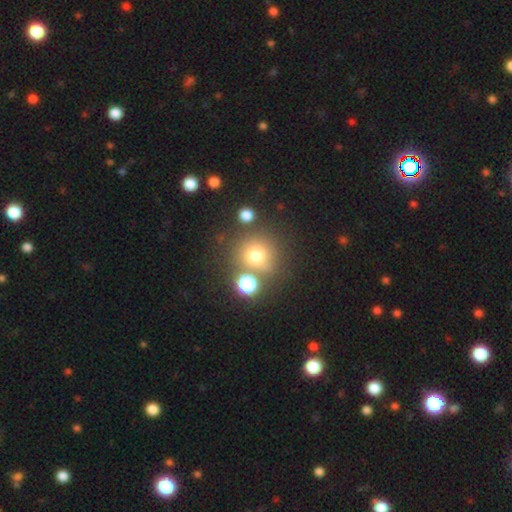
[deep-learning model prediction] Overall: smooth (72%). How rounded: round (89%). Merging: none (63%).